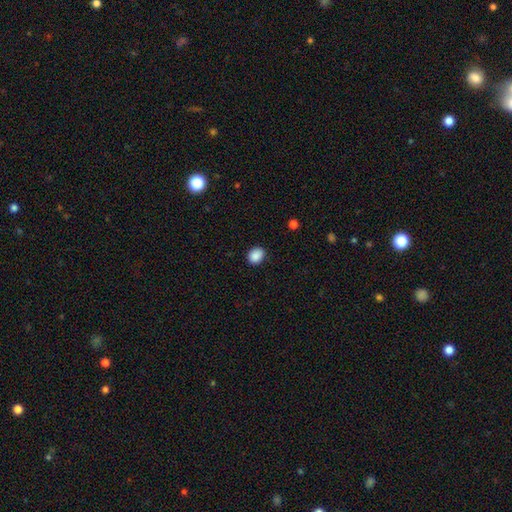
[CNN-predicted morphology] Smooth or featured?
  - smooth: 88% *
  - star or artifact: 9%
  - featured or disk: 3%
How rounded?
  - round: 50% *
  - in between: 49%
  - cigar-shaped: 1%
Merging?
  - none: 88% *
  - minor disturbance: 9%
  - major disturbance: 2%
  - merger: 1%